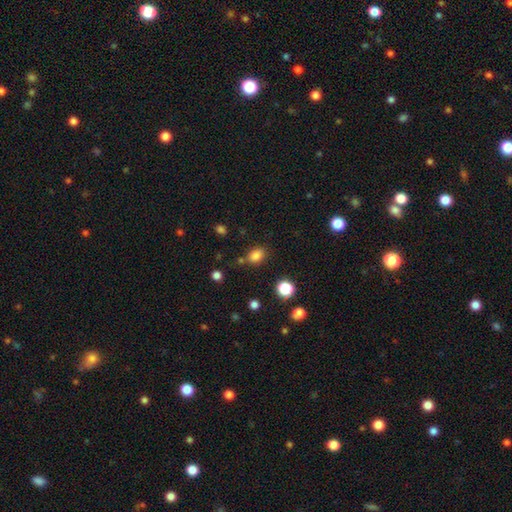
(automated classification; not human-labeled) Smooth or featured?
  - smooth: 81% *
  - star or artifact: 13%
  - featured or disk: 5%
How rounded?
  - in between: 62% *
  - round: 37%
  - cigar-shaped: 1%
Merging?
  - none: 73% *
  - minor disturbance: 14%
  - merger: 8%
  - major disturbance: 4%